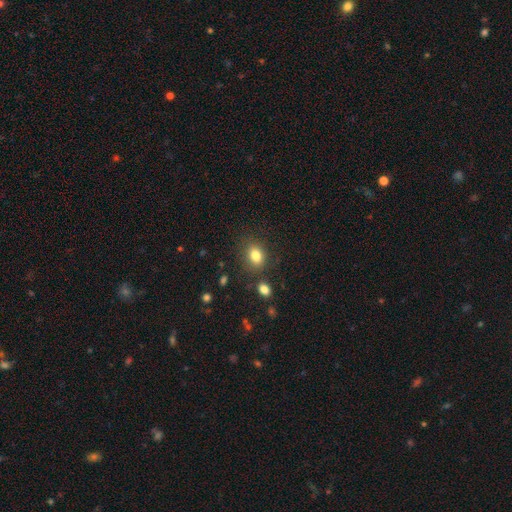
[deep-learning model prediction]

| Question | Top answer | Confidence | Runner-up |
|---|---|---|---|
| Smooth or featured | smooth | 82% | star or artifact (10%) |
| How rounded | in between | 59% | round (40%) |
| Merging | none | 79% | minor disturbance (13%) |